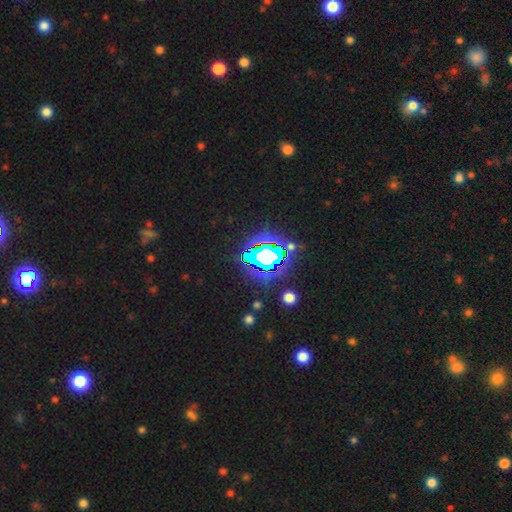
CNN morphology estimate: Smooth or featured?
  - star or artifact: 83% *
  - smooth: 11%
  - featured or disk: 7%